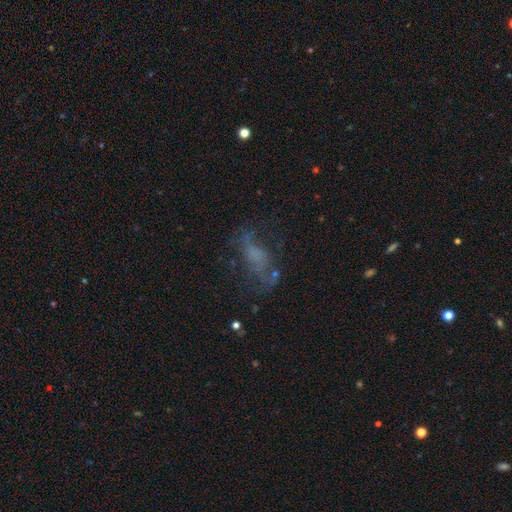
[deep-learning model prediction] This is possibly a featured or disk galaxy (48%). Merging: possibly none (51%).